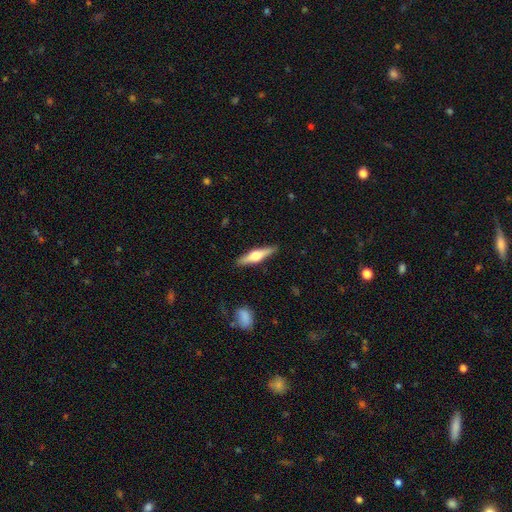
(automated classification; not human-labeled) Q: Smooth or featured?
A: featured or disk (58%); runner-up: smooth (36%)
Q: Edge-on disk?
A: yes (95%); runner-up: no (5%)
Q: Edge-on bulge?
A: rounded (93%); runner-up: boxy (4%)
Q: Merging?
A: none (89%); runner-up: minor disturbance (8%)